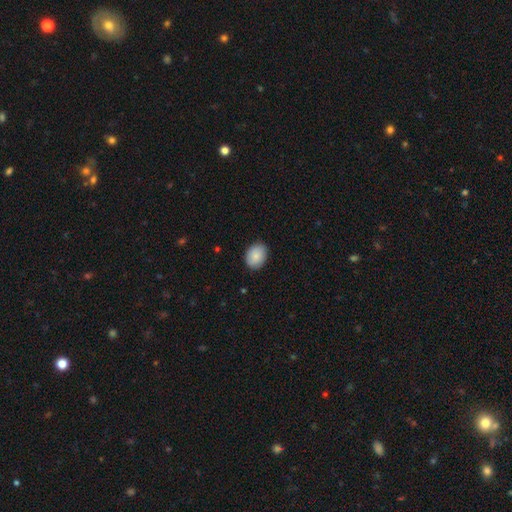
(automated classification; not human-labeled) Overall: smooth (87%). How rounded: in between (64%; round 35%). Merging: none (87%).